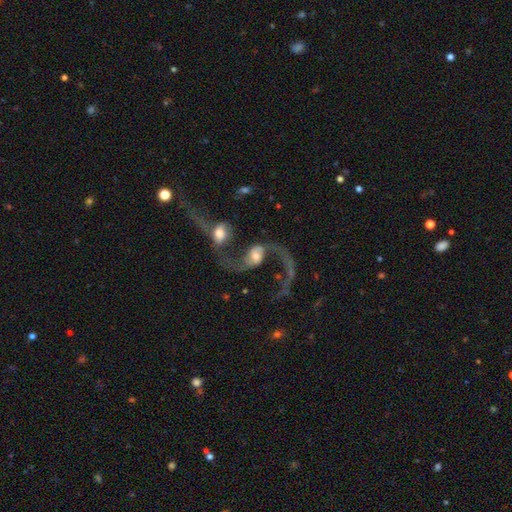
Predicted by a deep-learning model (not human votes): A featured or disk galaxy (83%) with no bar (49%), 2 (87%) loose (86%) spiral arms (92%) and a moderate central bulge (54%).

Vote fractions:
- Smooth or featured? featured or disk: 83% / smooth: 11% / star or artifact: 6%
- Edge-on disk? no: 97% / yes: 3%
- Bar? no: 49% / weak: 34% / strong: 17%
- Spiral arms? yes: 92% / no: 8%
- Spiral winding? loose: 86% / medium: 11% / tight: 3%
- Spiral arm count? 2: 87% / 1: 8% / can't tell: 2% / 3: 1% / 4: 1% / more than 4: 1%
- Bulge size? moderate: 54% / small: 25% / large: 14% / none: 4% / dominant: 3%
- Merging? merger: 49% / none: 25% / major disturbance: 18% / minor disturbance: 9%